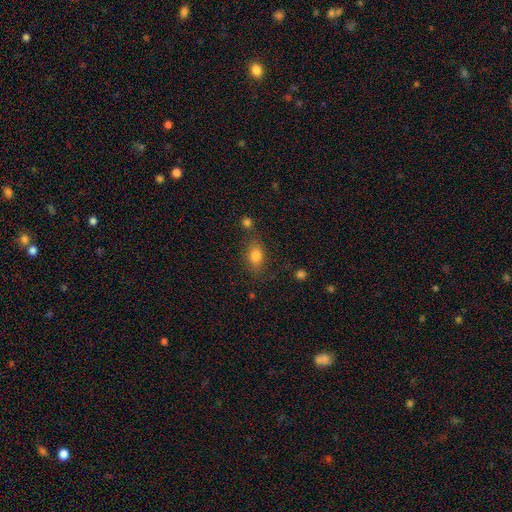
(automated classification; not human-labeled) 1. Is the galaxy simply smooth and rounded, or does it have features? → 81% smooth, 10% star or artifact, 9% featured or disk.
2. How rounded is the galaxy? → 80% in between, 17% round, 3% cigar-shaped.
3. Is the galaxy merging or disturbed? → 70% none, 16% minor disturbance, 8% merger, 6% major disturbance.